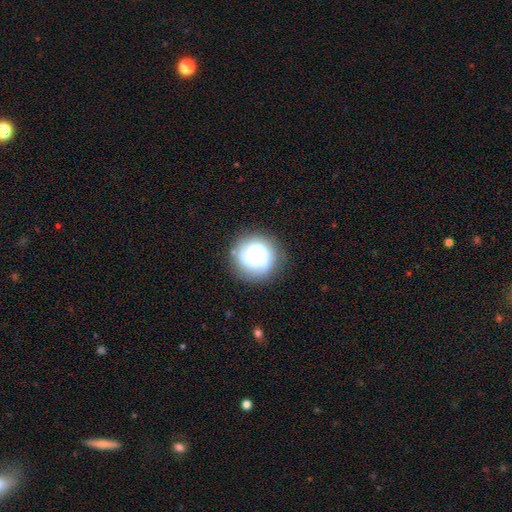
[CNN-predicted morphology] type=featured or disk (55%); edge-on=no (98%); bar=no (77%); spiral arms=yes (86%); bulge=moderate (53%); merging=none (81%).